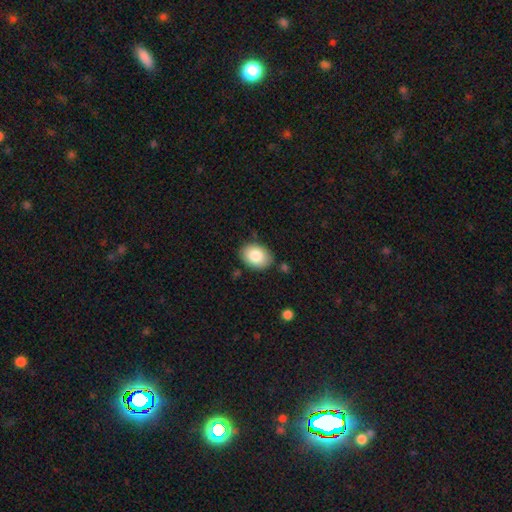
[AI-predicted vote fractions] A smooth galaxy with no disk features (83%) that is in between round and cigar-shaped (77%).

Vote fractions:
- Smooth or featured? smooth: 83% / featured or disk: 10% / star or artifact: 7%
- How rounded? in between: 77% / round: 22% / cigar-shaped: 1%
- Merging? none: 83% / minor disturbance: 12% / merger: 3% / major disturbance: 3%